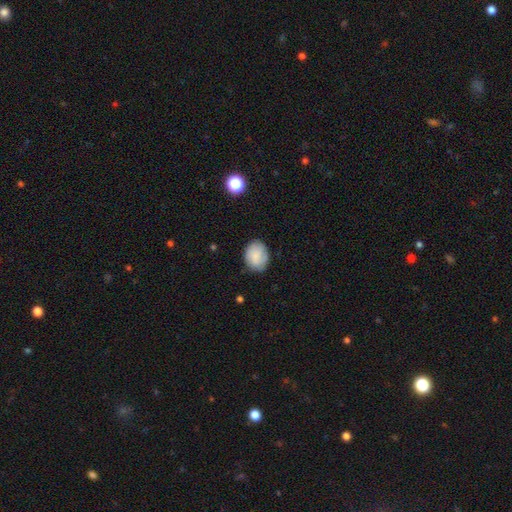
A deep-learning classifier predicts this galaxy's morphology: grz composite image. It shows a smooth galaxy with no disk features (82%) that is in between round and cigar-shaped (54%). Merging: none (78%).